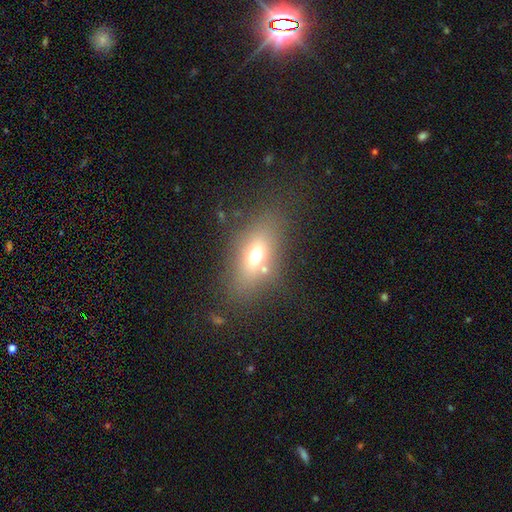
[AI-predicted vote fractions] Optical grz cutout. It shows a smooth galaxy with no disk features (63%) that is in between round and cigar-shaped (75%). Merging: none (72%).